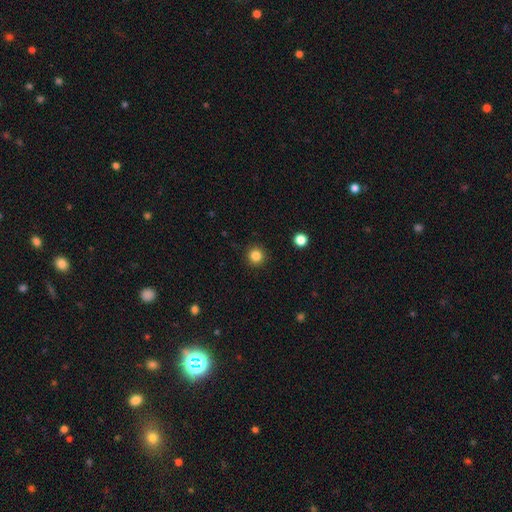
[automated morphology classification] This appears to be a smooth galaxy with no disk features (84%) that is round (95%). Merging: none (93%).